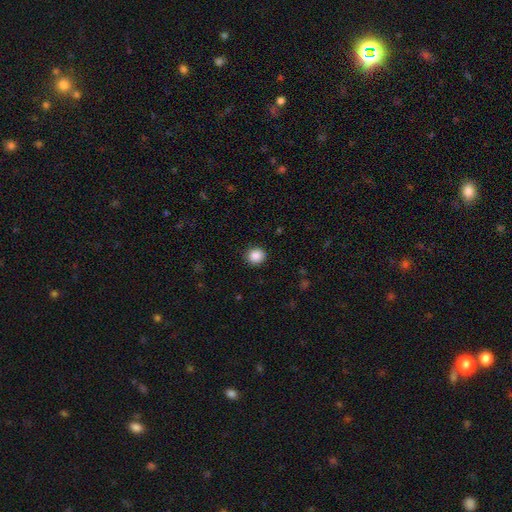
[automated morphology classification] A smooth galaxy with no disk features (88%) that is round (85%).

Vote fractions:
- Smooth or featured? smooth: 88% / star or artifact: 9% / featured or disk: 3%
- How rounded? round: 85% / in between: 14% / cigar-shaped: 1%
- Merging? none: 90% / minor disturbance: 7% / major disturbance: 2% / merger: 1%